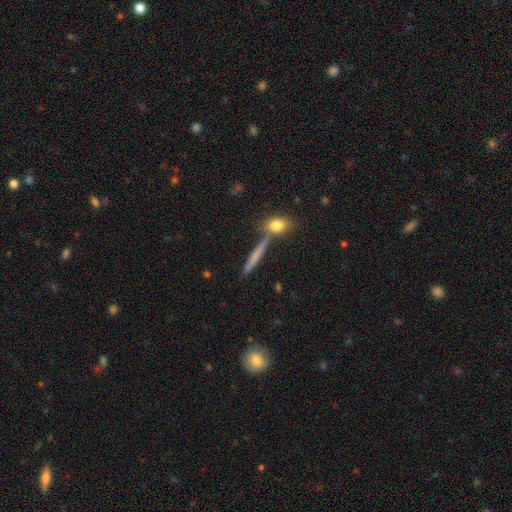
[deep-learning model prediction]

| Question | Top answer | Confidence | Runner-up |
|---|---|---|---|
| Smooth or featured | smooth | 57% | featured or disk (35%) |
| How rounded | cigar-shaped | 88% | in between (8%) |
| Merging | none | 76% | merger (12%) |